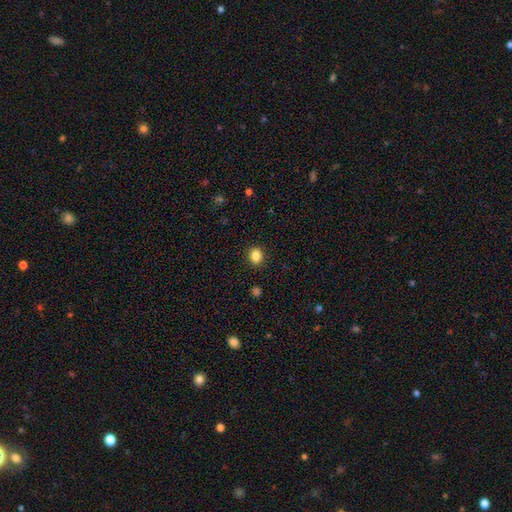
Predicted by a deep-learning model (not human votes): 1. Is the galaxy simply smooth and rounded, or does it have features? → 85% smooth, 10% star or artifact, 4% featured or disk.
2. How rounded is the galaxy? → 52% round, 47% in between, 1% cigar-shaped.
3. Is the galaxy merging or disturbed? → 90% none, 7% minor disturbance, 2% major disturbance, 1% merger.